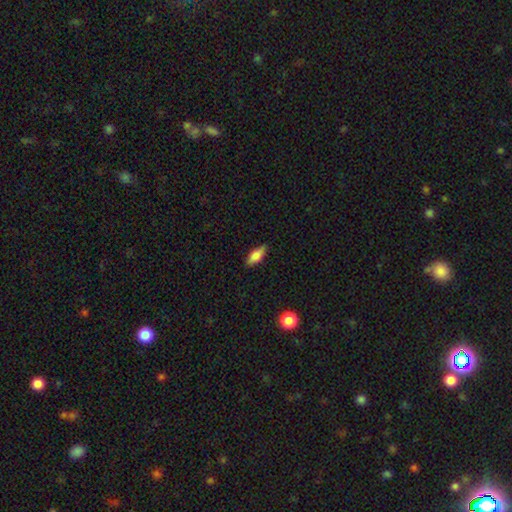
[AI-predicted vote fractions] Smooth or featured? smooth (75%)
How rounded? in between (71%)
Merging? none (84%)